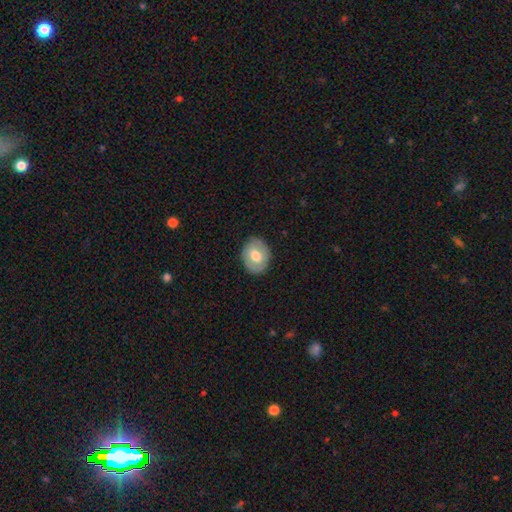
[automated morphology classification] Overall: smooth (59%; featured or disk 35%). How rounded: in between (58%; round 41%). Merging: none (85%).